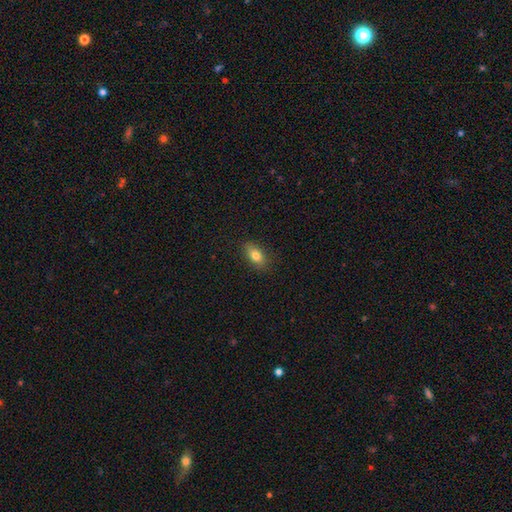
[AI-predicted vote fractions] Overall: smooth (79%). How rounded: in between (84%). Merging: none (84%).